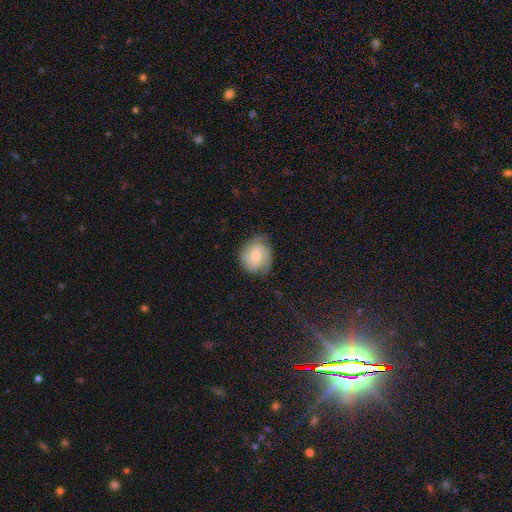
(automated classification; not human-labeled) smooth_or_featured: featured or disk (p=0.64) [alt: smooth p=0.29]
disk_edge_on: no (p=0.98) [alt: yes p=0.02]
bar: weak (p=0.52) [alt: no p=0.37]
has_spiral_arms: yes (p=0.94) [alt: no p=0.06]
spiral_winding: medium (p=0.47) [alt: tight p=0.33]
spiral_arm_count: 2 (p=0.66) [alt: can't tell p=0.13]
bulge_size: small (p=0.53) [alt: moderate p=0.35]
merging: none (p=0.73) [alt: minor disturbance p=0.19]